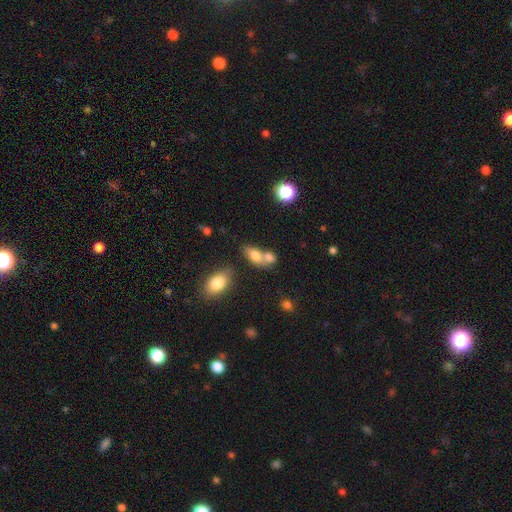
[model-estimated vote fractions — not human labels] Overall: smooth (74%). How rounded: in between (81%). Merging: merger (57%; none 27%).